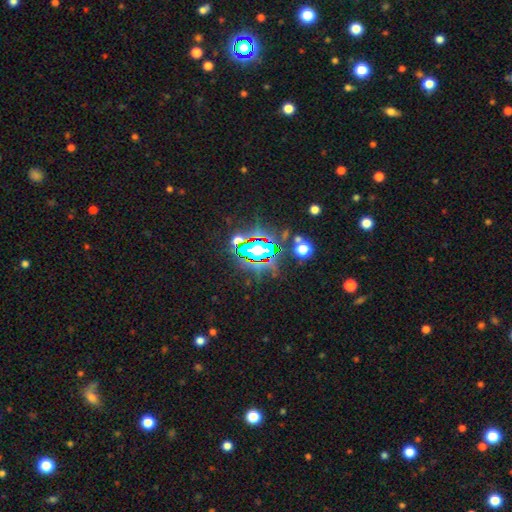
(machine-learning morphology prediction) A star or artifact, not a galaxy (75%).